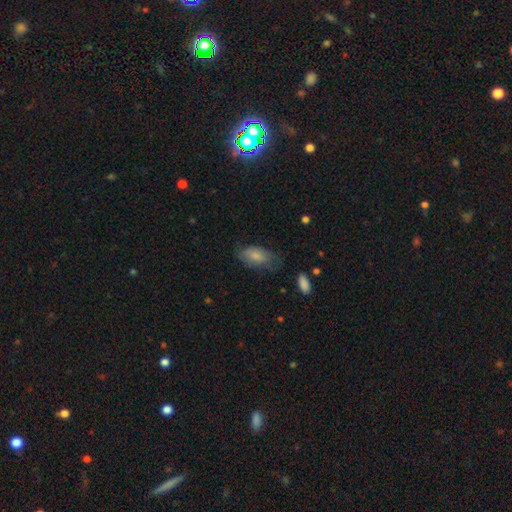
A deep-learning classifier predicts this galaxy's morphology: Q: Smooth or featured?
A: smooth (79%); runner-up: featured or disk (15%)
Q: How rounded?
A: in between (92%); runner-up: cigar-shaped (4%)
Q: Merging?
A: none (56%); runner-up: minor disturbance (30%)